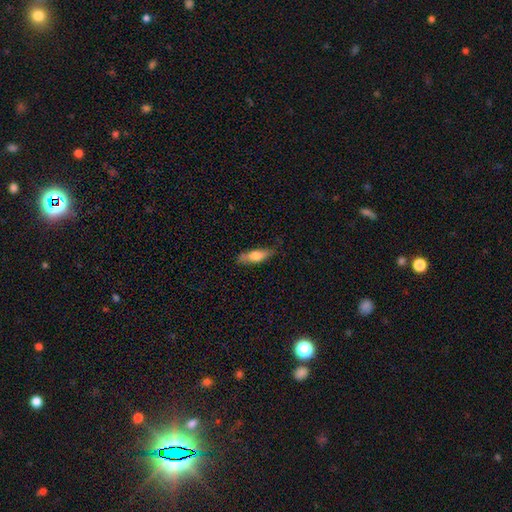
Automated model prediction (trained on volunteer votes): Overall: smooth (70%). How rounded: in between (52%; cigar-shaped 45%). Merging: none (68%).